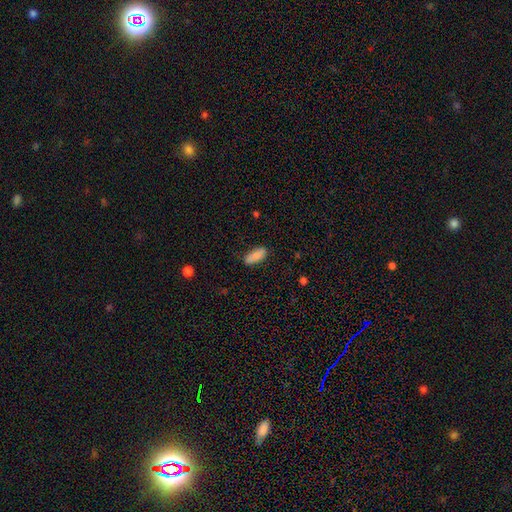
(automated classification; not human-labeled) Smooth or featured? smooth (85%)
How rounded? in between (80%)
Merging? none (83%)